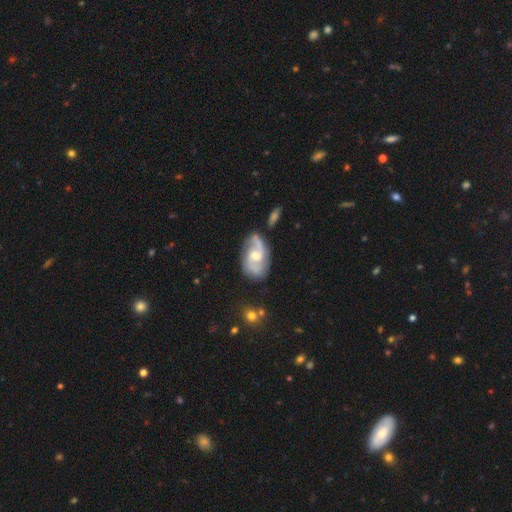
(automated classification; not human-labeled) Smooth or featured? Predicted: featured or disk (p=0.83). Edge-on disk? Predicted: no (p=0.97). Bar? Predicted: no (p=0.47). Spiral arms? Predicted: yes (p=0.96). Spiral winding? Predicted: medium (p=0.50). Spiral arm count? Predicted: 2 (p=0.83). Bulge size? Predicted: moderate (p=0.58). Merging? Predicted: none (p=0.70).